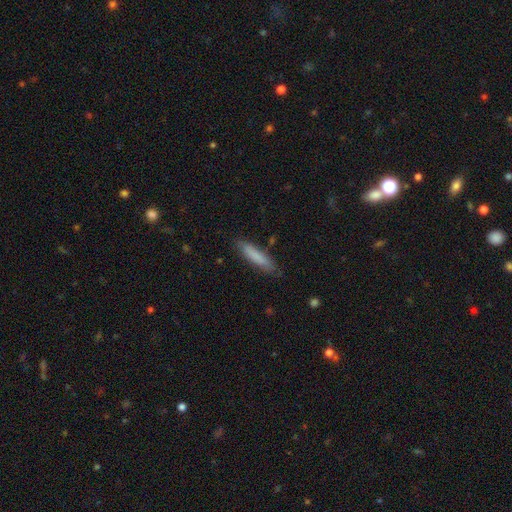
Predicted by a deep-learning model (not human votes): This is clearly a smooth galaxy (82%). How rounded: clearly cigar-shaped (83%). Merging: clearly none (83%).